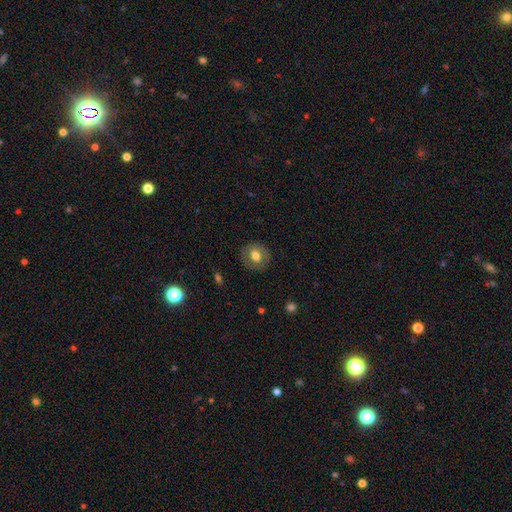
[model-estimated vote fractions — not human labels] Morphology: type=smooth (66%); roundness=round (76%); merging=none (86%).